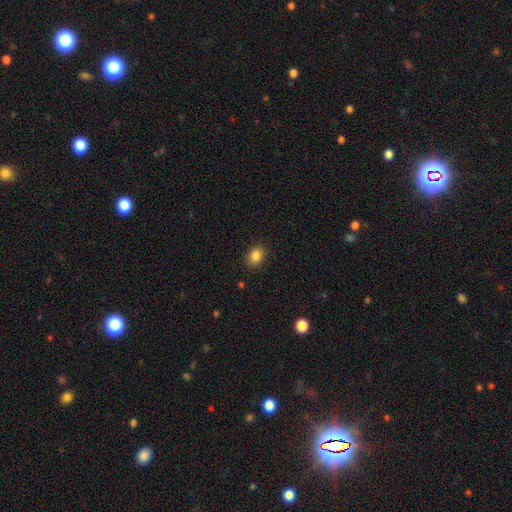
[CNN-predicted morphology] smooth-or-featured: smooth: 85% | star or artifact: 10% | featured or disk: 5%
  how-rounded: in between: 67% | round: 32% | cigar-shaped: 1%
  merging: none: 88% | minor disturbance: 8% | major disturbance: 2% | merger: 1%